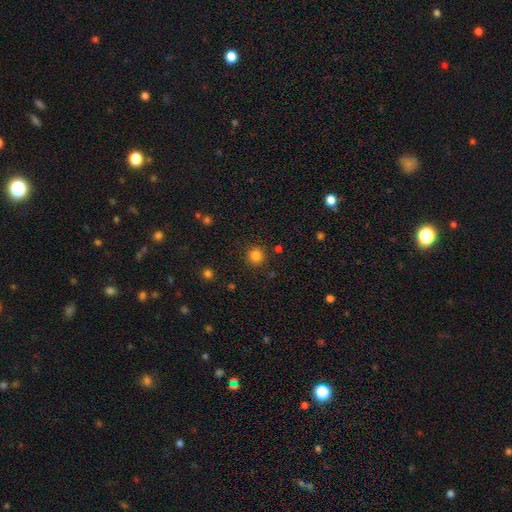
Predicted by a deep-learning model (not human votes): Smooth or featured: smooth — 83% (star or artifact — 13%)
How rounded: round — 93% (in between — 6%)
Merging: none — 89% (minor disturbance — 6%)